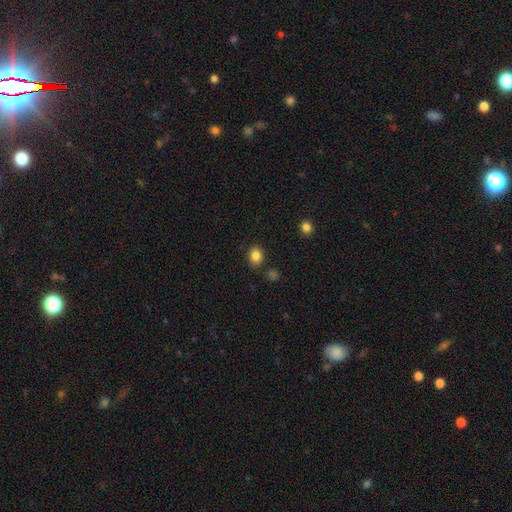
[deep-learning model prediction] This is clearly a smooth galaxy (84%). How rounded: possibly round (53%). Merging: clearly none (82%).